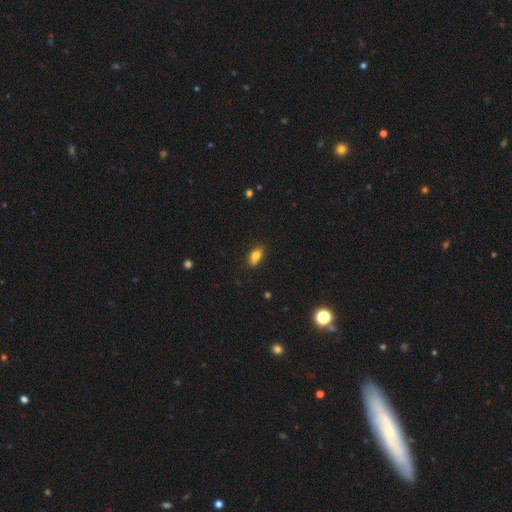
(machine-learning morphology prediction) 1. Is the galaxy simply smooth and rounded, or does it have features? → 77% smooth, 14% featured or disk, 9% star or artifact.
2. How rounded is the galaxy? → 83% in between, 9% cigar-shaped, 8% round.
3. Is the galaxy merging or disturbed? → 78% none, 16% minor disturbance, 3% major disturbance, 3% merger.